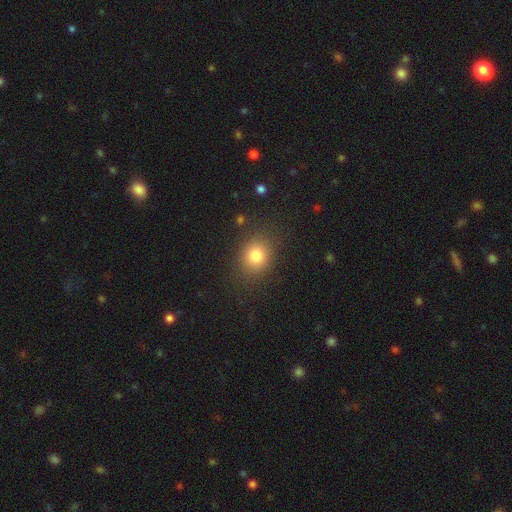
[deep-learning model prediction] Q: Smooth or featured?
A: smooth (81%); runner-up: star or artifact (12%)
Q: How rounded?
A: round (66%); runner-up: in between (33%)
Q: Merging?
A: none (84%); runner-up: minor disturbance (10%)